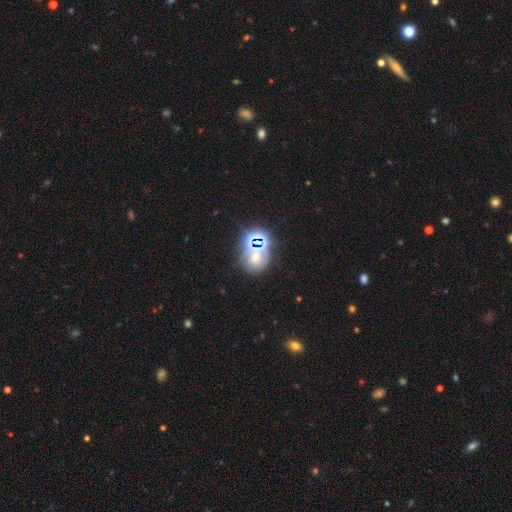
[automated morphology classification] Smooth or featured: star or artifact — 44% (smooth — 39%)